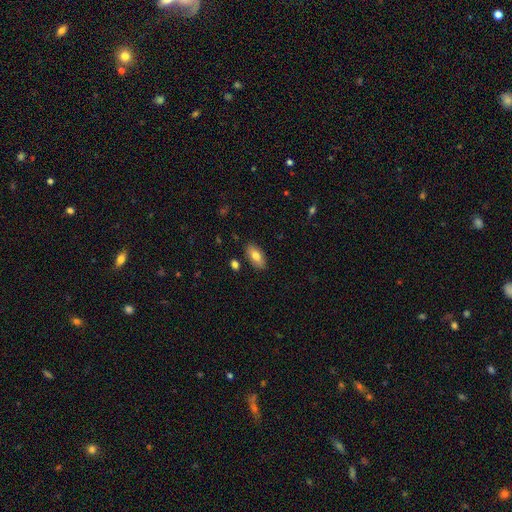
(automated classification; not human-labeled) The model was most divided on "smooth or featured": smooth: 74%, featured or disk: 19%, star or artifact: 7%. More confident: how rounded — in between (87%); merging — none (86%).